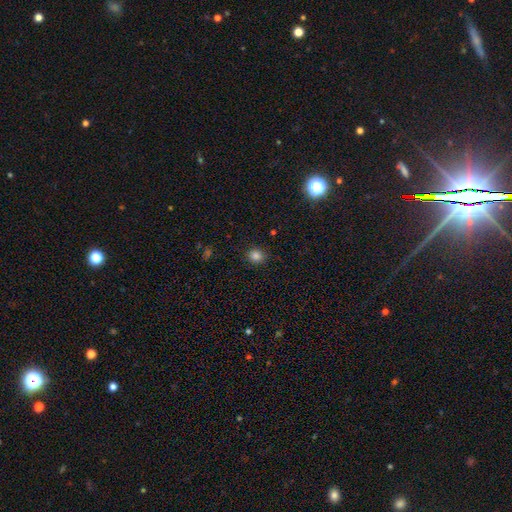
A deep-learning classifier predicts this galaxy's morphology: This is clearly a smooth galaxy (83%). How rounded: clearly round (81%). Merging: clearly none (89%).